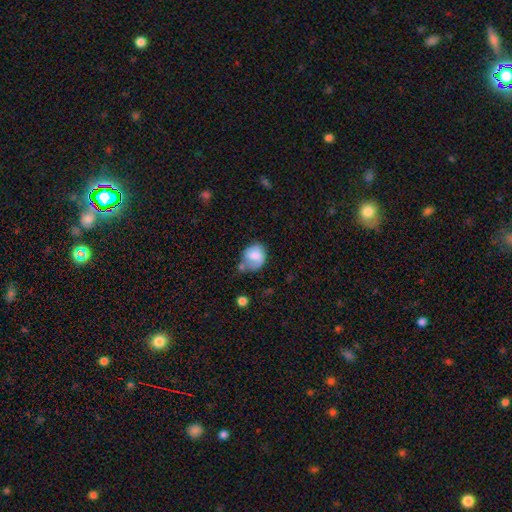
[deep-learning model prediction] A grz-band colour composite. It shows a smooth galaxy with no disk features (68%) that is round (60%). Merging: none (40%).